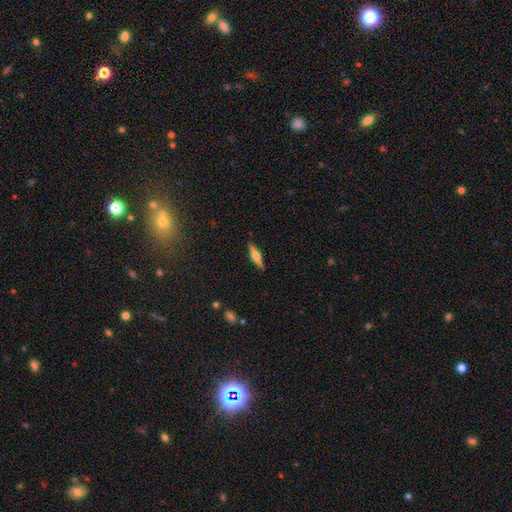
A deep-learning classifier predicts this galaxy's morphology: The model was most divided on "smooth or featured": featured or disk: 54%, smooth: 39%, star or artifact: 6%. More confident: edge-on disk — yes (96%); merging — none (89%); edge-on bulge — rounded (87%).